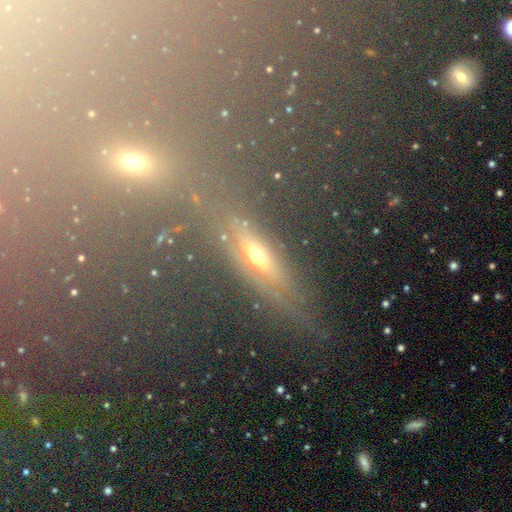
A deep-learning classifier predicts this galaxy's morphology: Overall: featured or disk (44%; smooth 38%). Merging: none (65%).